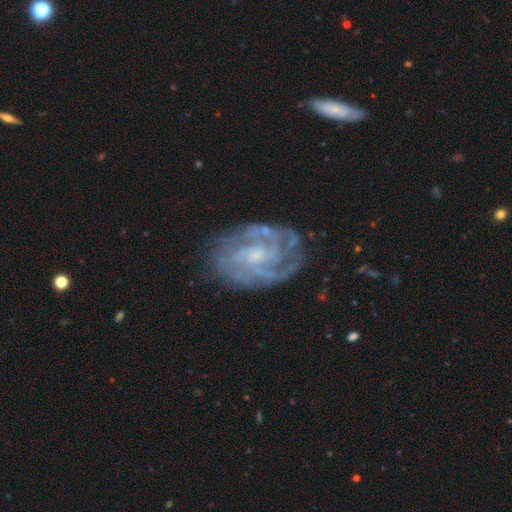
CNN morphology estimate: The model was most divided on "spiral arm count" (2-way tie): 2: 27%, 3: 27%, can't tell: 25%, 4: 11%, more than 4: 5%, 1: 5%. More confident: edge-on disk — no (97%); spiral arms — yes (95%); smooth or featured — featured or disk (87%); merging — none (73%); spiral winding — tight (57%); bar — no (53%); bulge size — small (52%).